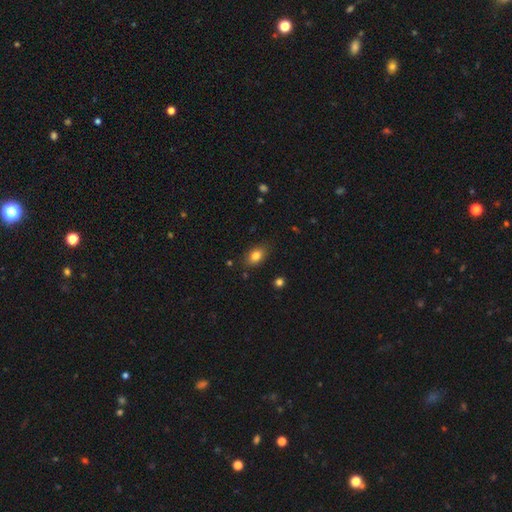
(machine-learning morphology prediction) Overall: smooth (82%). How rounded: in between (83%). Merging: none (83%).